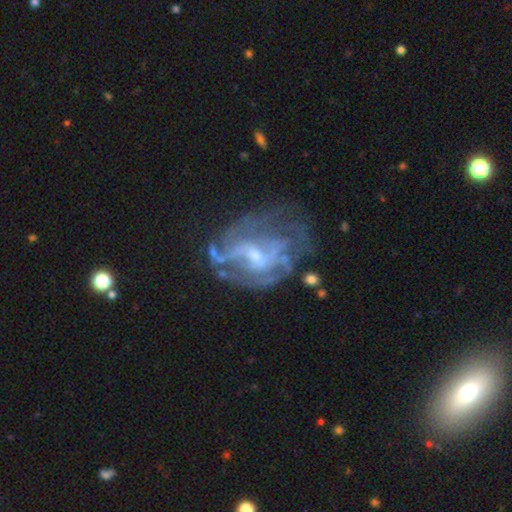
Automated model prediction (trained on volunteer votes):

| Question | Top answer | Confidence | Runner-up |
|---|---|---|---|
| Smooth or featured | featured or disk | 78% | smooth (12%) |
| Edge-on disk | no | 97% | yes (3%) |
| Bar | no | 45% | weak (44%) |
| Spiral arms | yes | 65% | no (35%) |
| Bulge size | small | 57% | moderate (32%) |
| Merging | none | 45% | major disturbance (28%) |